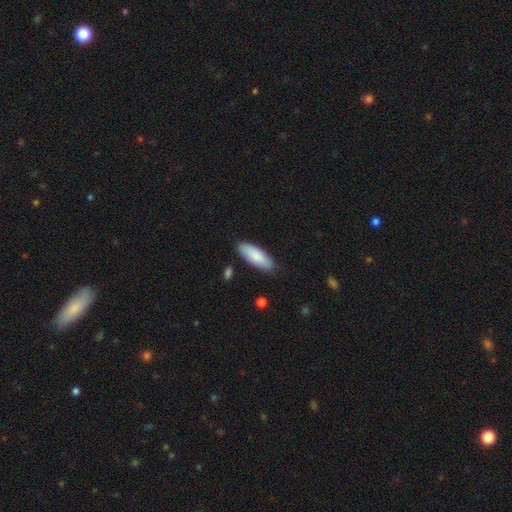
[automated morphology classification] Smooth or featured? smooth (83%)
How rounded? in between (68%)
Merging? none (83%)